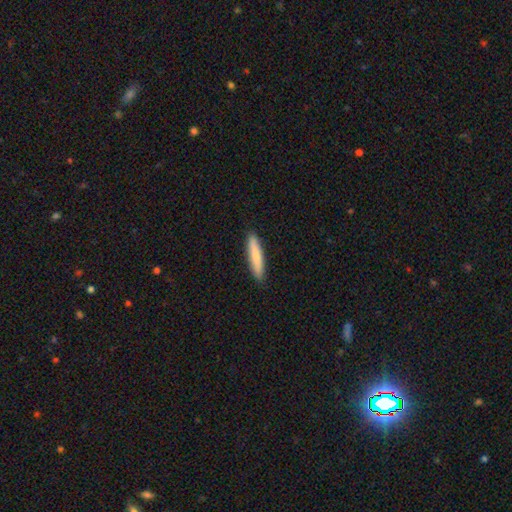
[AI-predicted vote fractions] Smooth or featured? Predicted: smooth (p=0.81). How rounded? Predicted: cigar-shaped (p=0.90). Merging? Predicted: none (p=0.91).